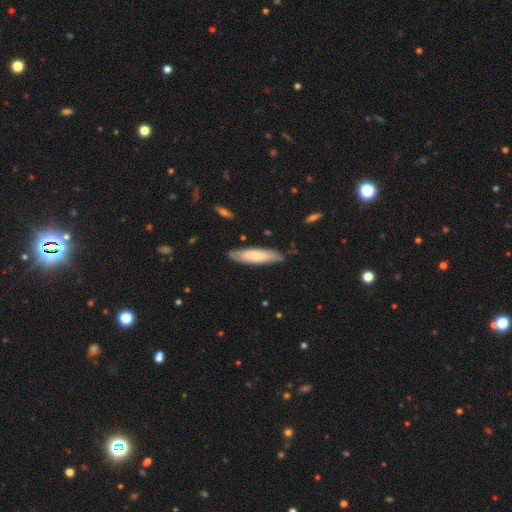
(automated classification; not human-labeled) Morphology: type=smooth (65%); roundness=cigar-shaped (70%); merging=none (81%).